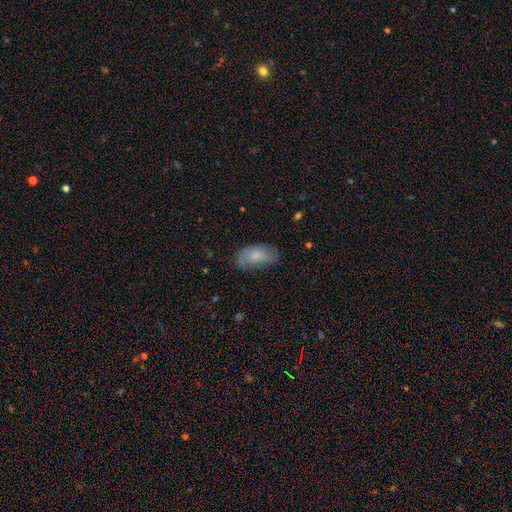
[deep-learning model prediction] The model was most divided on "merging": none: 59%, minor disturbance: 30%, major disturbance: 10%, merger: 2%. More confident: how rounded — in between (93%); smooth or featured — smooth (70%).